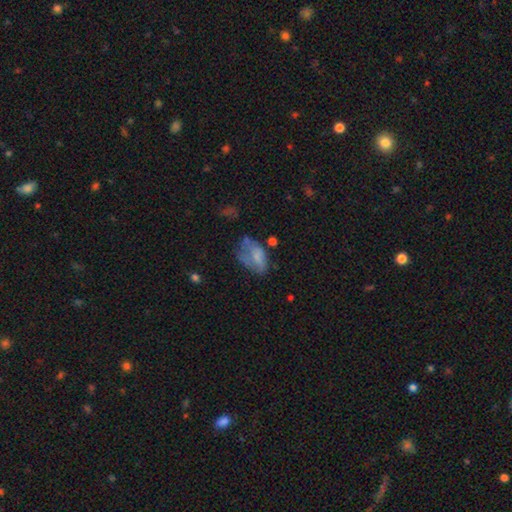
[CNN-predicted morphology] A smooth galaxy with no disk features (60%) that is in between round and cigar-shaped (89%). Merging: none (33%).